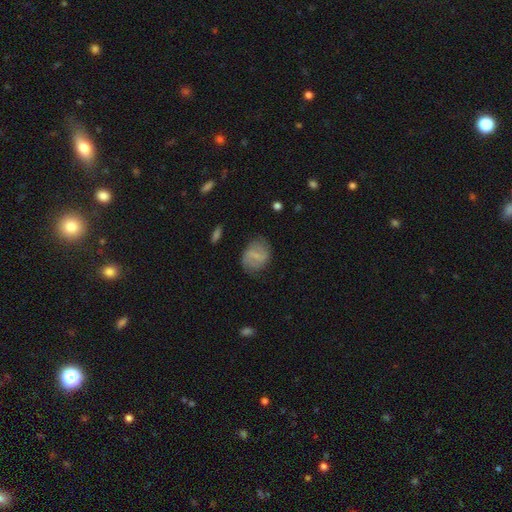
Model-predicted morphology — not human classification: The model was most divided on "smooth or featured": featured or disk: 48%, smooth: 44%, star or artifact: 7%. More confident: merging — none (71%).